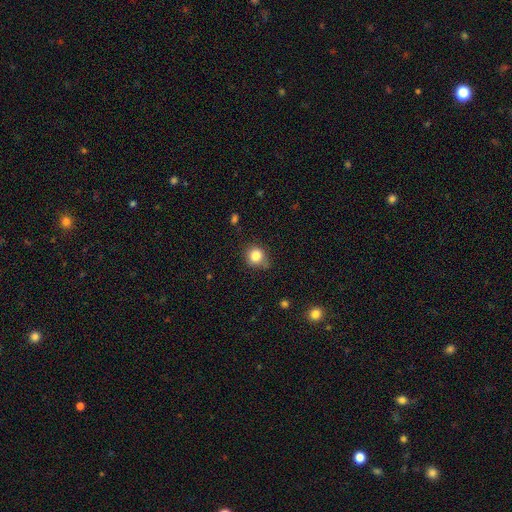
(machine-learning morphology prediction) This is clearly a smooth galaxy (83%). How rounded: clearly round (82%). Merging: likely none (68%).